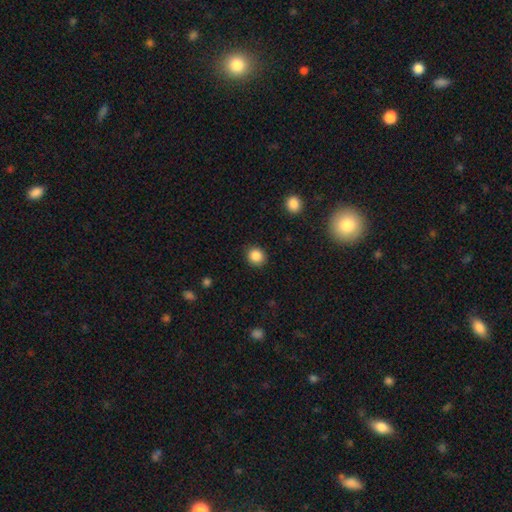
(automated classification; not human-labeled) This appears to be a smooth galaxy with no disk features (87%) that is round (84%). Merging: none (89%).